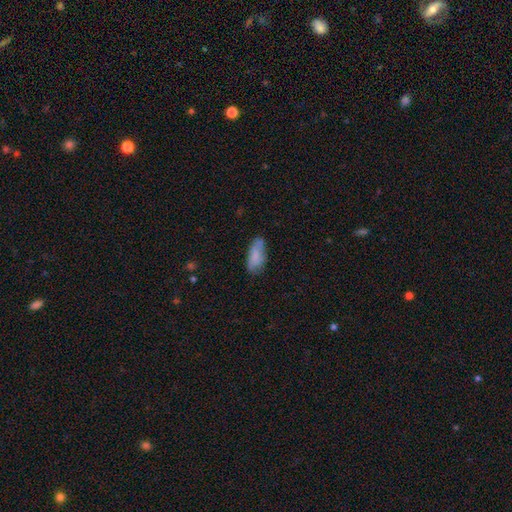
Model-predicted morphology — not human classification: smooth 75%, featured or disk 18%, star or artifact 8%. Down the decision tree: how rounded — in between (86%); merging — none (62%).